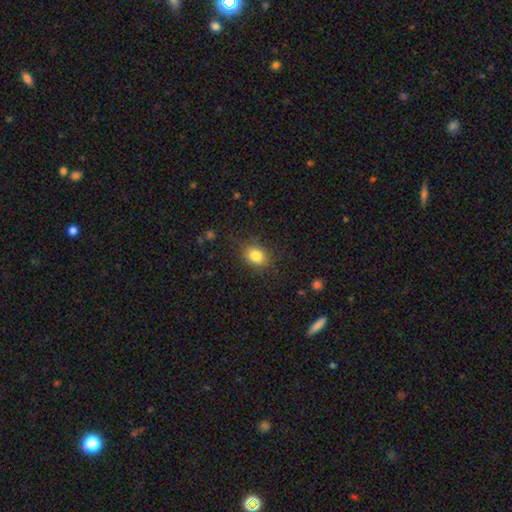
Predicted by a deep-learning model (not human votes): This appears to be a smooth galaxy with no disk features (83%) that is in between round and cigar-shaped (56%). Merging: none (83%).